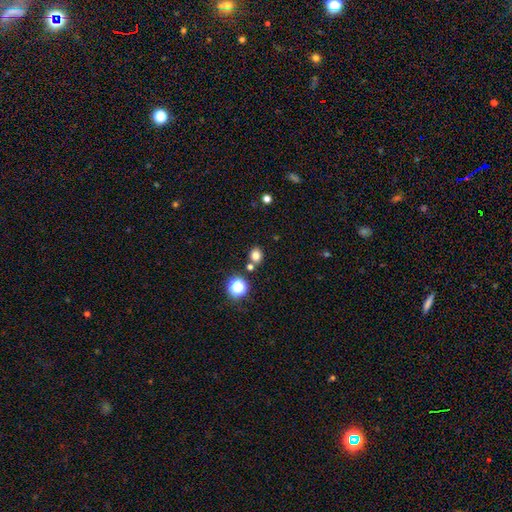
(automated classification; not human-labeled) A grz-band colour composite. It shows a smooth galaxy with no disk features (78%) that is round (64%). Merging: none (77%).